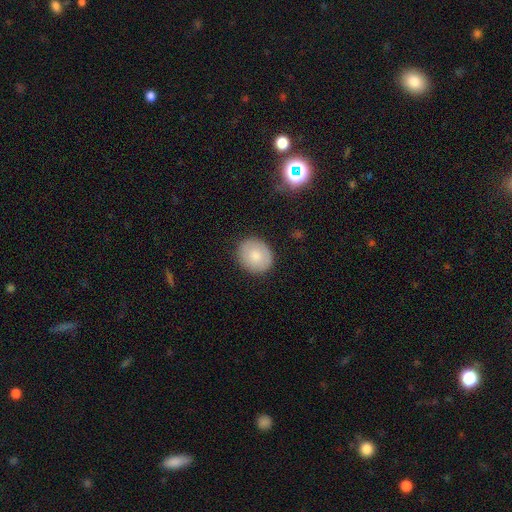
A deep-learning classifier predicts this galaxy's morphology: A smooth galaxy with no disk features (80%) that is round (68%). Merging: none (87%).